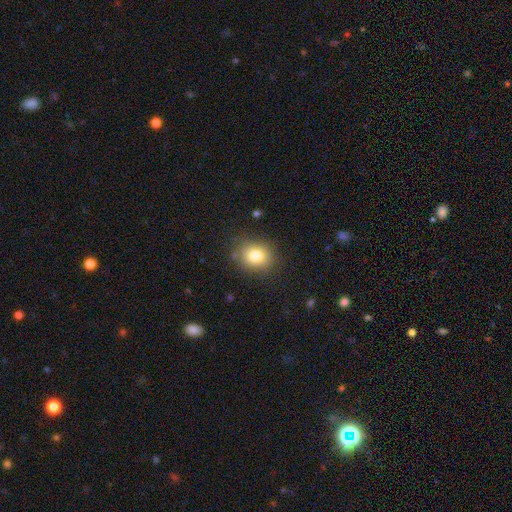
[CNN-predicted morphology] smooth 81%, star or artifact 11%, featured or disk 9%. Down the decision tree: how rounded — round (64%); merging — none (83%).